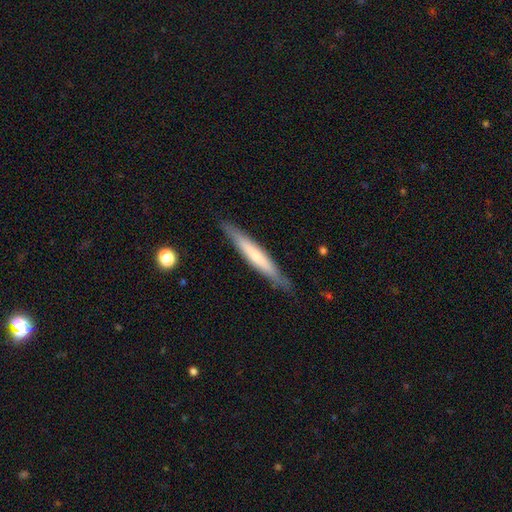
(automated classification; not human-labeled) Smooth or featured?
  - smooth: 54% *
  - featured or disk: 40%
  - star or artifact: 6%
How rounded?
  - cigar-shaped: 94% *
  - in between: 5%
  - round: 1%
Merging?
  - none: 86% *
  - minor disturbance: 11%
  - major disturbance: 2%
  - merger: 1%